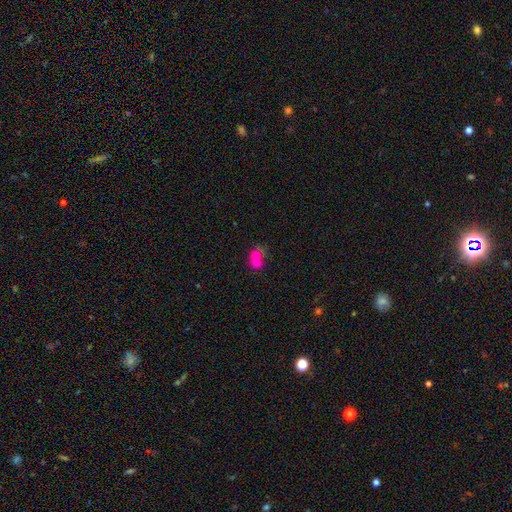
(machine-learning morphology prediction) Overall: smooth (66%). How rounded: round (58%; in between 41%). Merging: merger (68%).